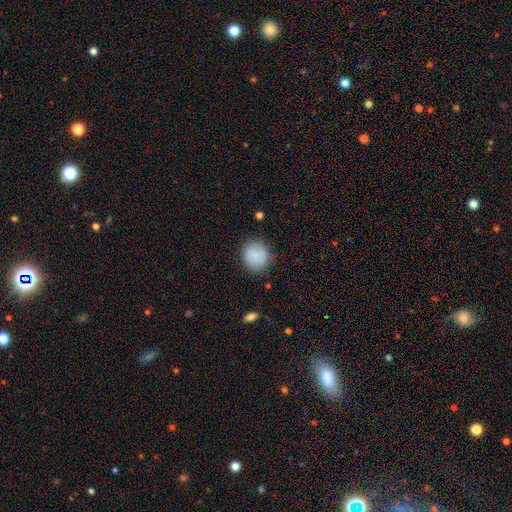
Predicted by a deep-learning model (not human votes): This appears to be a smooth galaxy with no disk features (87%) that is round (81%). Merging: none (85%).